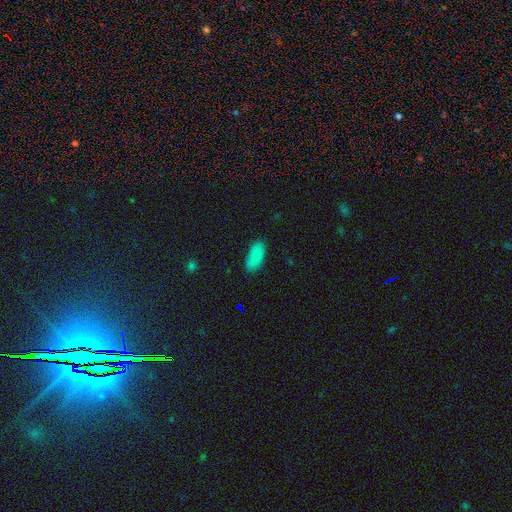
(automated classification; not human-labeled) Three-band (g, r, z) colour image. It shows a smooth galaxy with no disk features (85%) that is in between round and cigar-shaped (91%). Merging: none (81%).